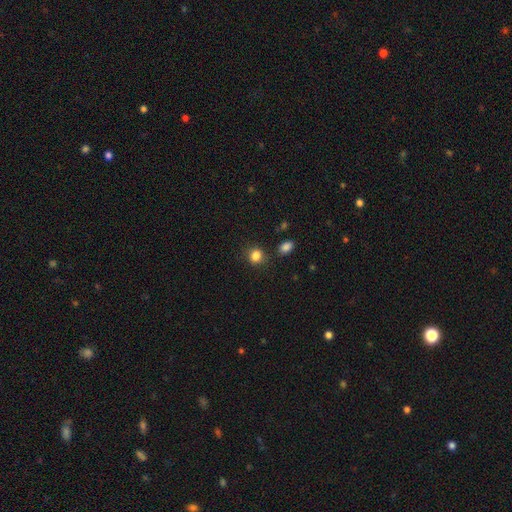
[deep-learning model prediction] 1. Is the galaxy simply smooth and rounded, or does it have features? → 84% smooth, 11% star or artifact, 4% featured or disk.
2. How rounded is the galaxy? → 74% round, 25% in between, 1% cigar-shaped.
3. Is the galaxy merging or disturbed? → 82% none, 10% minor disturbance, 4% merger, 3% major disturbance.